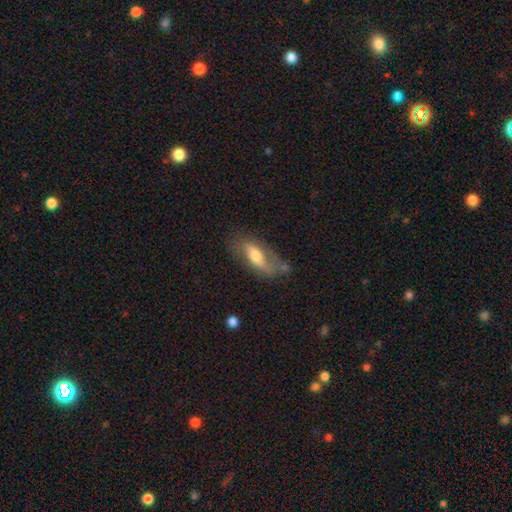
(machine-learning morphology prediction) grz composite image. It shows a featured or disk galaxy (47%). Merging: none (51%).